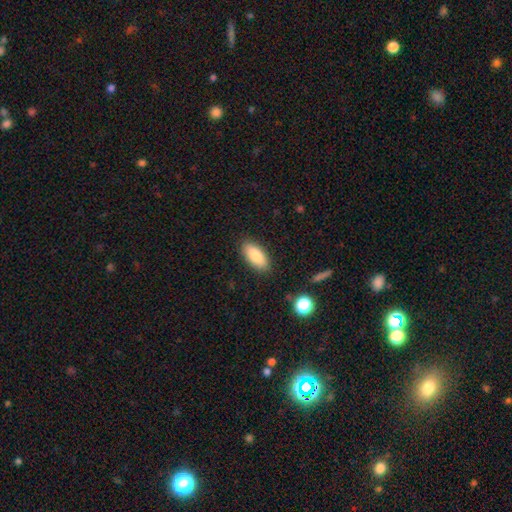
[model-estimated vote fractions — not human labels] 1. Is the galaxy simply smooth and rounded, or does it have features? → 84% smooth, 9% featured or disk, 7% star or artifact.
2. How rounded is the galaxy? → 89% in between, 8% cigar-shaped, 2% round.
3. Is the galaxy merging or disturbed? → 87% none, 9% minor disturbance, 2% major disturbance, 1% merger.